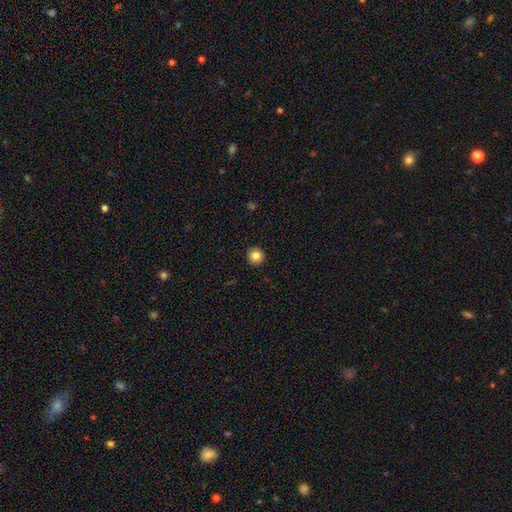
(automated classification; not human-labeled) Smooth or featured: smooth — 84% (star or artifact — 10%)
How rounded: round — 95% (in between — 4%)
Merging: none — 93% (minor disturbance — 4%)